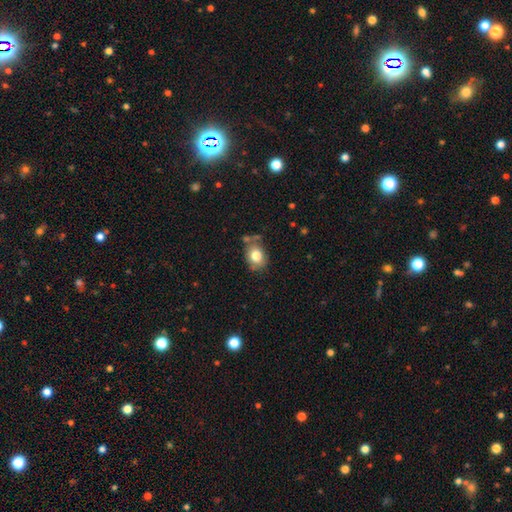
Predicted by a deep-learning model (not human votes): smooth 78%, featured or disk 13%, star or artifact 9%. Down the decision tree: how rounded — in between (57%); merging — none (65%).